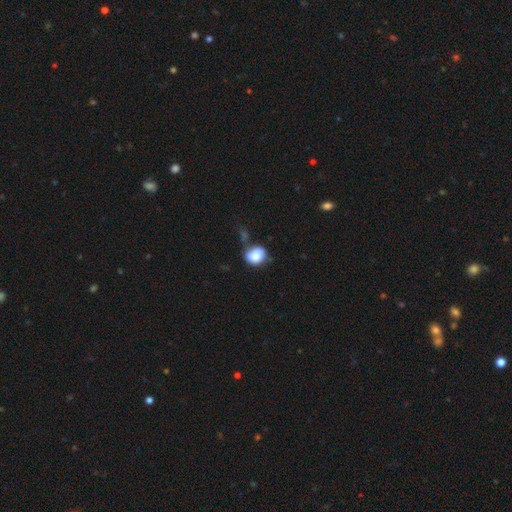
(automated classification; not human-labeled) Smooth or featured? Predicted: smooth (p=0.76). How rounded? Predicted: round (p=0.60). Merging? Predicted: none (p=0.44).